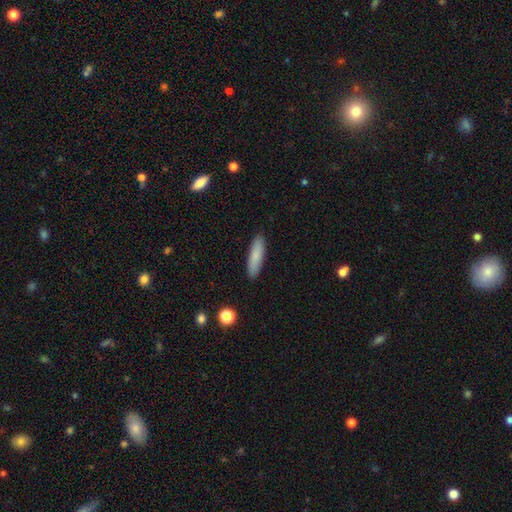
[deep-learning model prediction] This is clearly a smooth galaxy (85%). How rounded: likely cigar-shaped (68%). Merging: clearly none (90%).